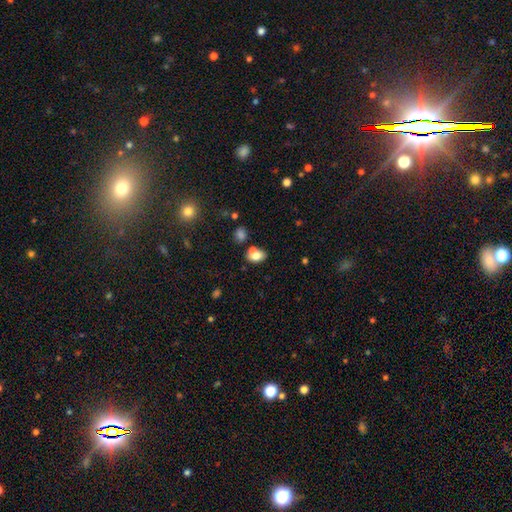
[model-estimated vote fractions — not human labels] Overall: smooth (76%). How rounded: in between (79%). Merging: none (48%; merger 35%).